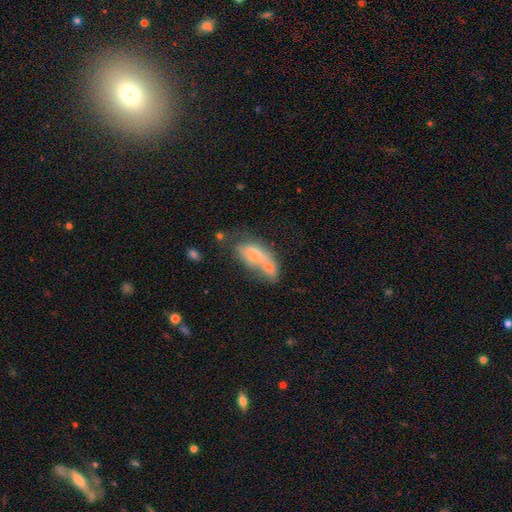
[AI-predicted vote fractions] smooth 65%, featured or disk 26%, star or artifact 9%. Down the decision tree: how rounded — in between (81%); merging — merger (41%).